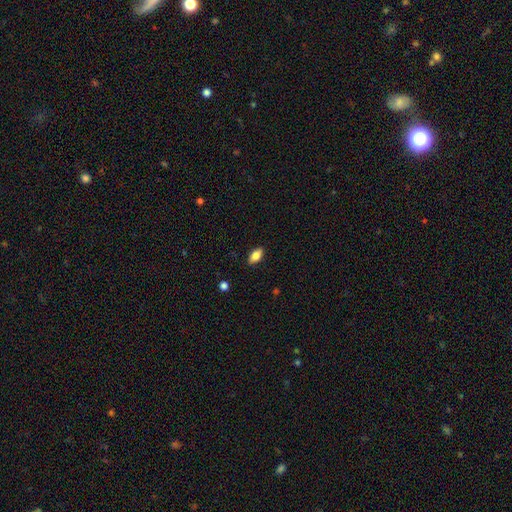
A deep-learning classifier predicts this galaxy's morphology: Smooth or featured: smooth — 81% (featured or disk — 12%)
How rounded: in between — 90% (cigar-shaped — 6%)
Merging: none — 88% (minor disturbance — 9%)